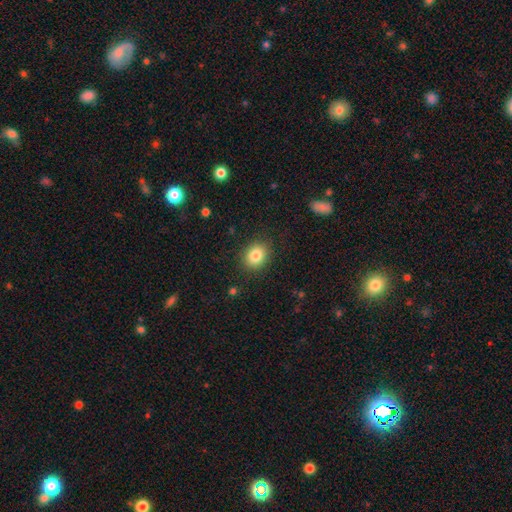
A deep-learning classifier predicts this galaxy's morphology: smooth-or-featured: smooth: 84% | star or artifact: 9% | featured or disk: 7%
  how-rounded: round: 52% | in between: 47% | cigar-shaped: 1%
  merging: none: 87% | minor disturbance: 9% | major disturbance: 3% | merger: 1%